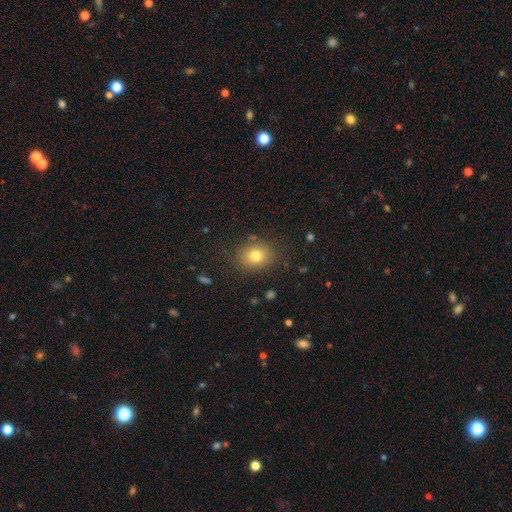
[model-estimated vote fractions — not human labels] Morphology: type=smooth (79%); roundness=round (54%); merging=none (84%).